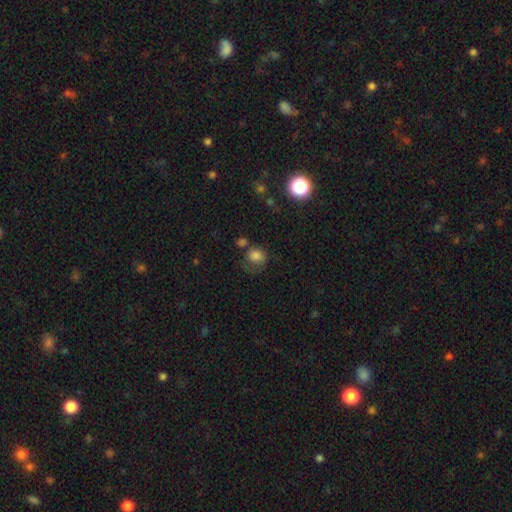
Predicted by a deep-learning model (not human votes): smooth-or-featured: smooth: 76% | star or artifact: 12% | featured or disk: 12%
  how-rounded: round: 71% | in between: 28% | cigar-shaped: 1%
  merging: none: 41% | major disturbance: 24% | minor disturbance: 24% | merger: 11%